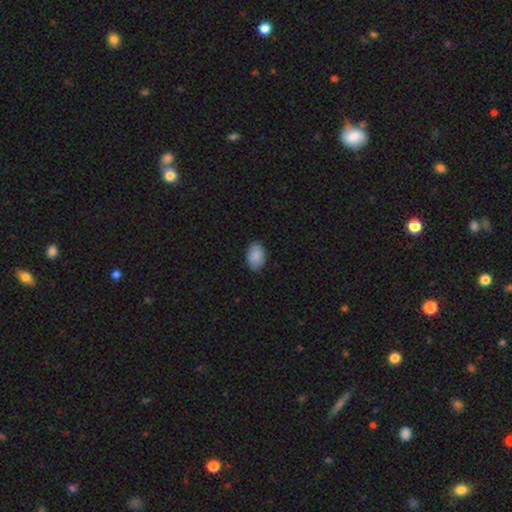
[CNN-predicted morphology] Smooth or featured? Predicted: smooth (p=0.88). How rounded? Predicted: in between (p=0.86). Merging? Predicted: none (p=0.83).